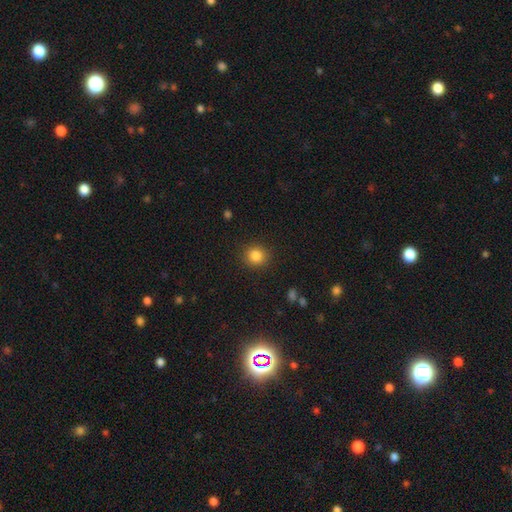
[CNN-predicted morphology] Overall: smooth (85%). How rounded: round (89%). Merging: none (90%).